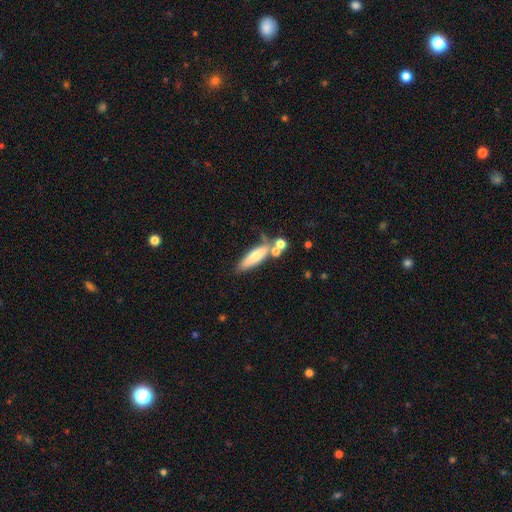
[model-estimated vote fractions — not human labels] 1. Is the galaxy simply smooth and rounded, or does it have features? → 69% smooth, 23% featured or disk, 7% star or artifact.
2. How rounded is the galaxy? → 64% cigar-shaped, 34% in between, 3% round.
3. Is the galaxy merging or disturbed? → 54% none, 20% merger, 18% minor disturbance, 7% major disturbance.